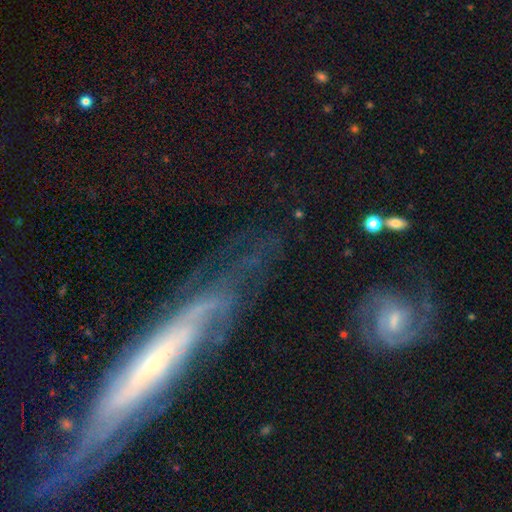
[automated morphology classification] Q: Smooth or featured?
A: featured or disk (75%); runner-up: smooth (15%)
Q: Edge-on disk?
A: no (63%); runner-up: yes (37%)
Q: Merging?
A: none (64%); runner-up: minor disturbance (19%)